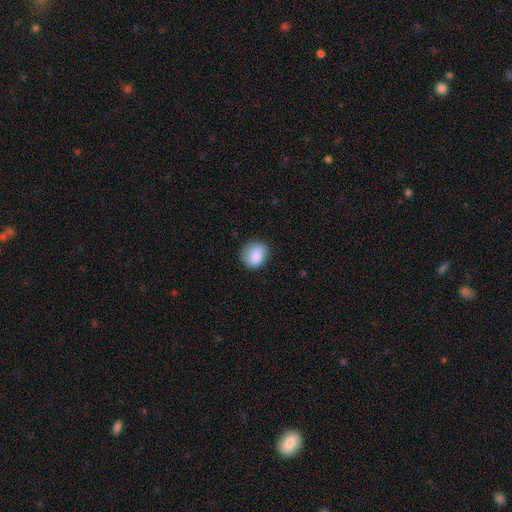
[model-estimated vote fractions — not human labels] smooth-or-featured: smooth: 82% | featured or disk: 10% | star or artifact: 8%
  how-rounded: round: 65% | in between: 34% | cigar-shaped: 1%
  merging: none: 67% | minor disturbance: 24% | major disturbance: 7% | merger: 1%